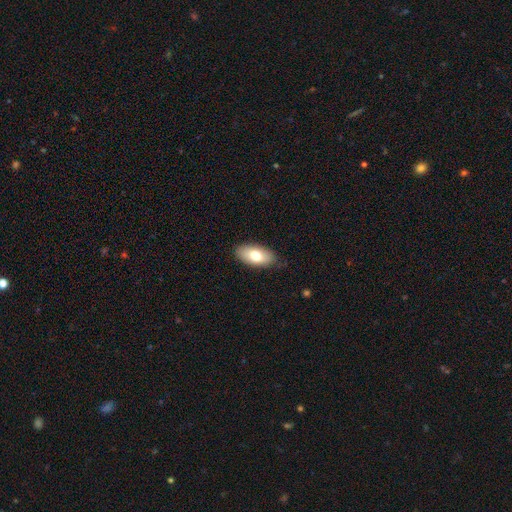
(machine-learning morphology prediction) Q: Smooth or featured?
A: smooth (76%); runner-up: featured or disk (17%)
Q: How rounded?
A: in between (92%); runner-up: cigar-shaped (5%)
Q: Merging?
A: none (84%); runner-up: minor disturbance (13%)